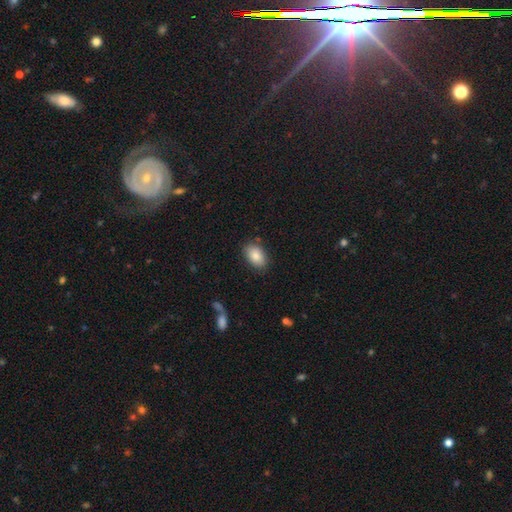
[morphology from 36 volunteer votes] This appears to be a smooth galaxy with no disk features (100%) that is in between round and cigar-shaped (86%). Merging: none (86%).